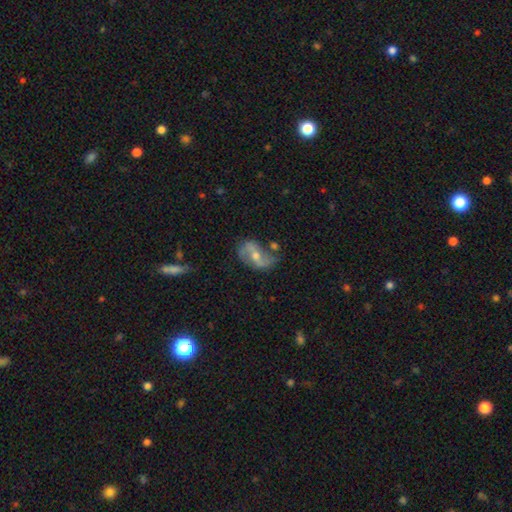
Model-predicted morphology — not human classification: This is likely a featured or disk galaxy (76%). It is clearly not viewed edge-on (95%). Bar: marginally no (39%). Spiral arm pattern: clearly yes (86%). Spiral arm count: clearly 2 (86%). Spiral winding: possibly loose (56%). Central bulge: likely moderate (60%). Merging: likely none (61%).